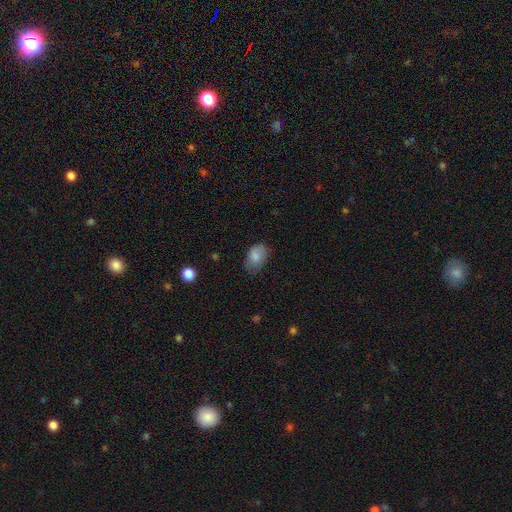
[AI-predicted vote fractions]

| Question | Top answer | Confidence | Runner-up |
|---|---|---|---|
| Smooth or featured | smooth | 82% | featured or disk (10%) |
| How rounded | in between | 86% | round (13%) |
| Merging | none | 62% | minor disturbance (29%) |